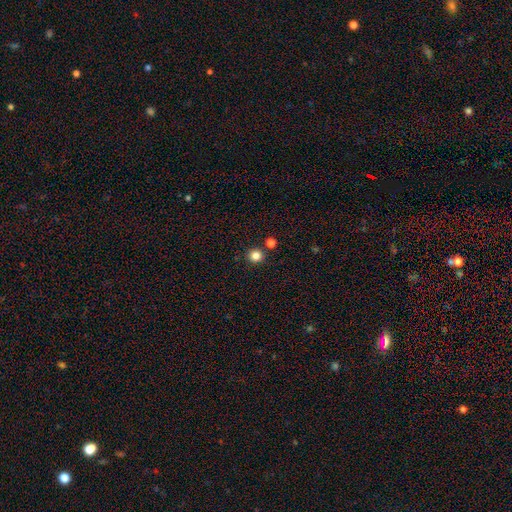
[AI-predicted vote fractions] This appears to be a smooth galaxy with no disk features (83%) that is round (93%). Merging: none (85%).